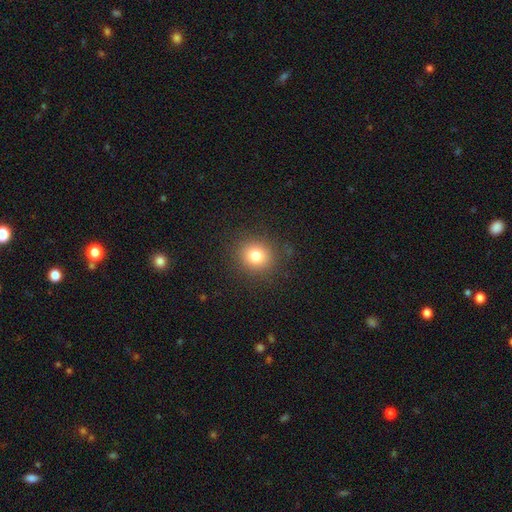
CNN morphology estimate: Q: Smooth or featured?
A: smooth (79%); runner-up: star or artifact (13%)
Q: How rounded?
A: round (86%); runner-up: in between (13%)
Q: Merging?
A: none (89%); runner-up: minor disturbance (7%)